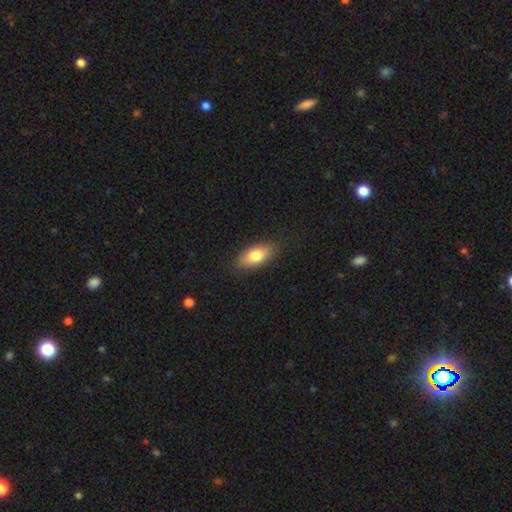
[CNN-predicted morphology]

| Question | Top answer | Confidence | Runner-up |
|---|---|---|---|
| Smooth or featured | smooth | 78% | featured or disk (15%) |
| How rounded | in between | 86% | cigar-shaped (10%) |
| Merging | none | 85% | minor disturbance (11%) |